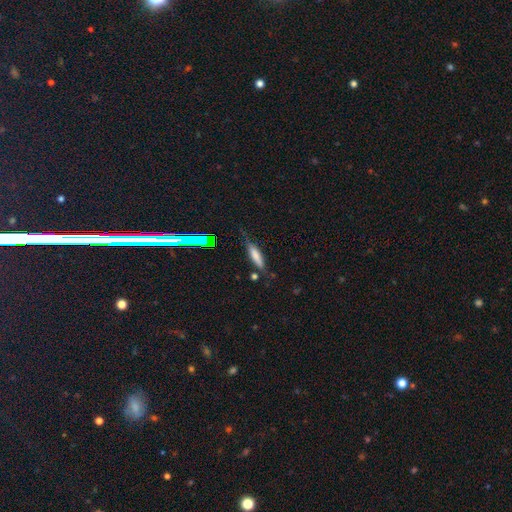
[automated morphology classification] A smooth galaxy with no disk features (67%) that is cigar-shaped (76%). Merging: none (70%).